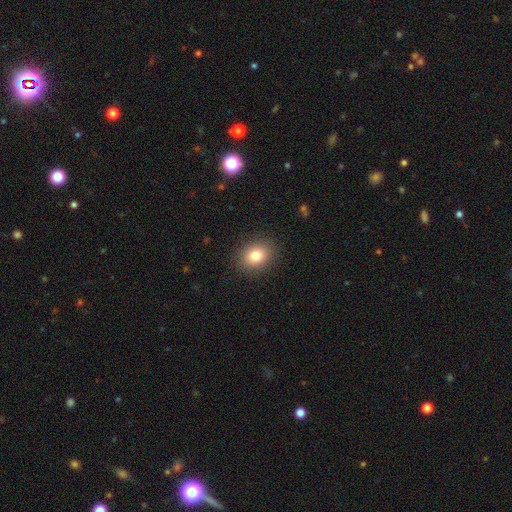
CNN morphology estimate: This is clearly a smooth galaxy (81%). How rounded: possibly round (52%). Merging: clearly none (89%).